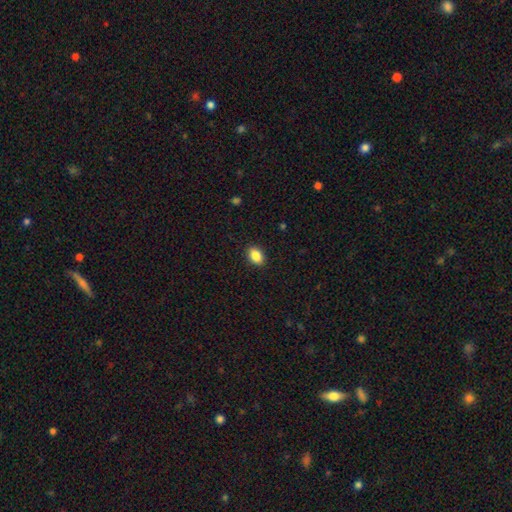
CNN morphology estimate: Smooth or featured?
  - smooth: 87% *
  - star or artifact: 8%
  - featured or disk: 4%
How rounded?
  - in between: 82% *
  - round: 16%
  - cigar-shaped: 1%
Merging?
  - none: 90% *
  - minor disturbance: 8%
  - major disturbance: 2%
  - merger: 1%